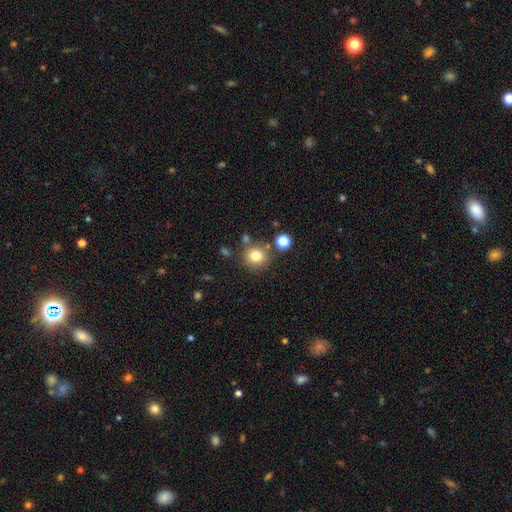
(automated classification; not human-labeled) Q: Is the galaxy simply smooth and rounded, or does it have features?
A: smooth — 80%.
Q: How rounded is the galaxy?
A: round — 87%.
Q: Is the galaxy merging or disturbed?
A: none — 78%.